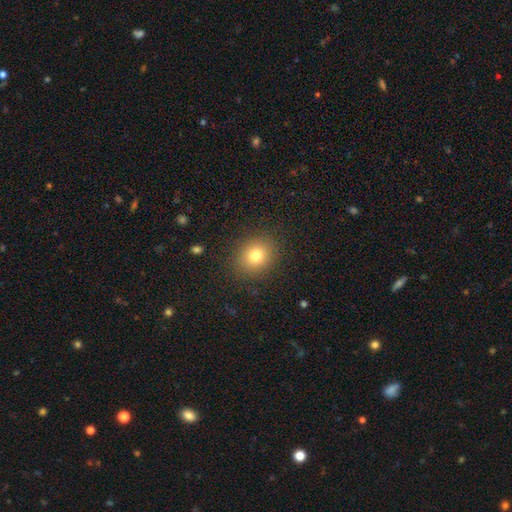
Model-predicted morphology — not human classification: A smooth galaxy with no disk features (77%) that is round (72%). Merging: none (88%).